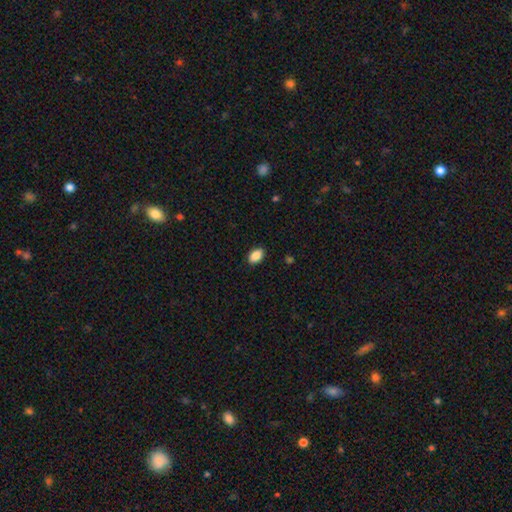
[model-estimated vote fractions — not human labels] Q: Smooth or featured?
A: smooth (88%); runner-up: star or artifact (8%)
Q: How rounded?
A: in between (89%); runner-up: round (9%)
Q: Merging?
A: none (89%); runner-up: minor disturbance (8%)